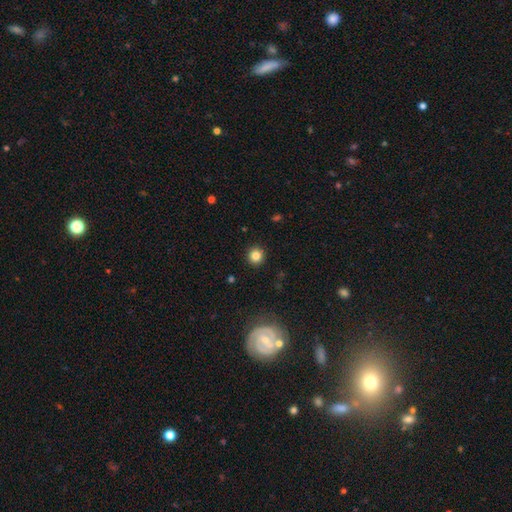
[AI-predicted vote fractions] Smooth or featured?
  - smooth: 83% *
  - star or artifact: 12%
  - featured or disk: 5%
How rounded?
  - round: 93% *
  - in between: 6%
  - cigar-shaped: 1%
Merging?
  - none: 92% *
  - minor disturbance: 5%
  - major disturbance: 2%
  - merger: 1%